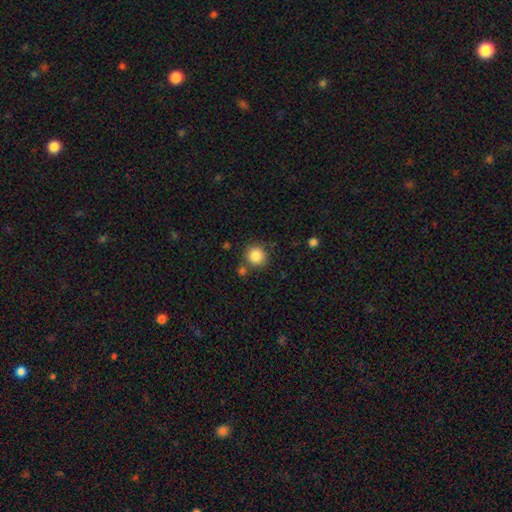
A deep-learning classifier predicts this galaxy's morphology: smooth_or_featured: smooth (p=0.86) [alt: star or artifact p=0.10]
how_rounded: round (p=0.92) [alt: in between p=0.07]
merging: none (p=0.80) [alt: minor disturbance p=0.09]